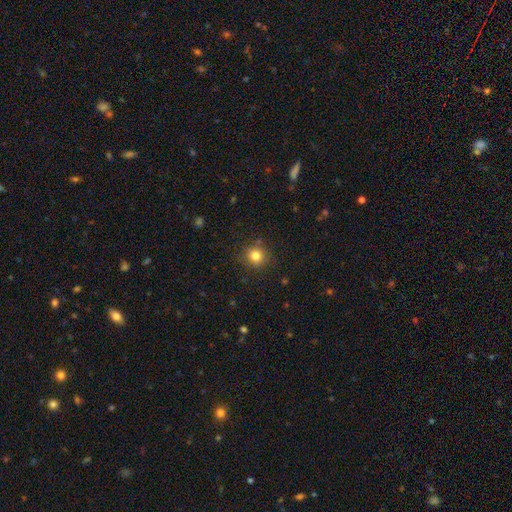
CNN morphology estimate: A smooth galaxy with no disk features (81%) that is round (87%).

Vote fractions:
- Smooth or featured? smooth: 81% / star or artifact: 13% / featured or disk: 6%
- How rounded? round: 87% / in between: 12% / cigar-shaped: 1%
- Merging? none: 85% / minor disturbance: 10% / major disturbance: 3% / merger: 2%